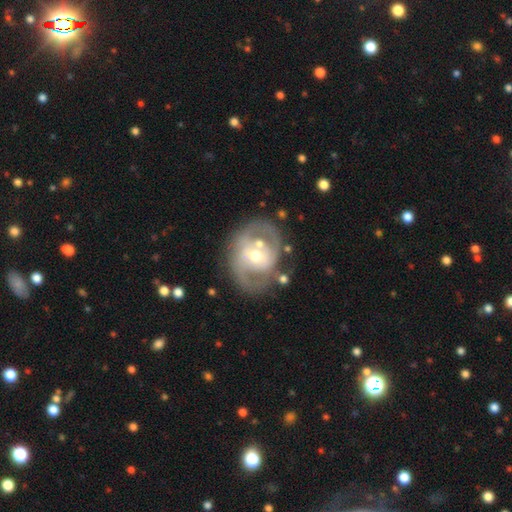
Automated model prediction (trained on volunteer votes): This appears to be a featured or disk galaxy (77%) with no bar (55%), 2 (70%) medium (45%) spiral arms (74%) and a moderate central bulge (65%). Merging: none (59%).